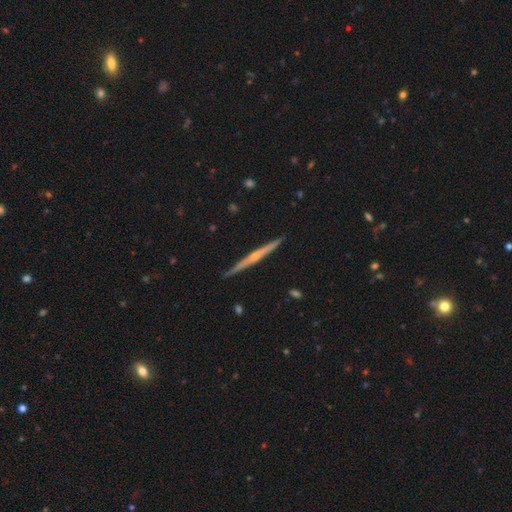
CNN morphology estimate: This appears to be a featured or disk galaxy (75%) viewed edge-on (98%) with a rounded central bulge (70%). Merging: none (92%).